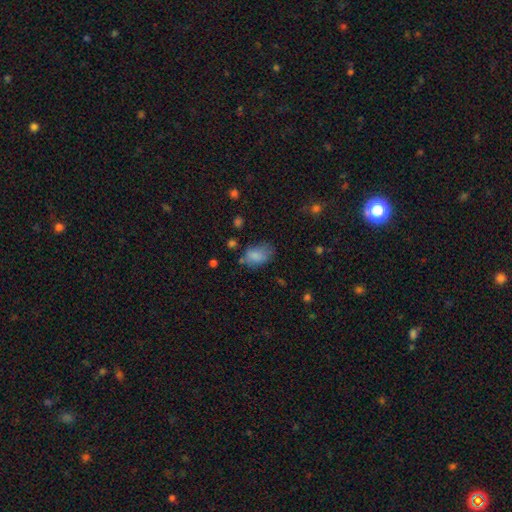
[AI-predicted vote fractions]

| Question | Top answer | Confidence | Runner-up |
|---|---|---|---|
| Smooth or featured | smooth | 81% | star or artifact (10%) |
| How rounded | in between | 83% | round (16%) |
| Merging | none | 54% | minor disturbance (29%) |